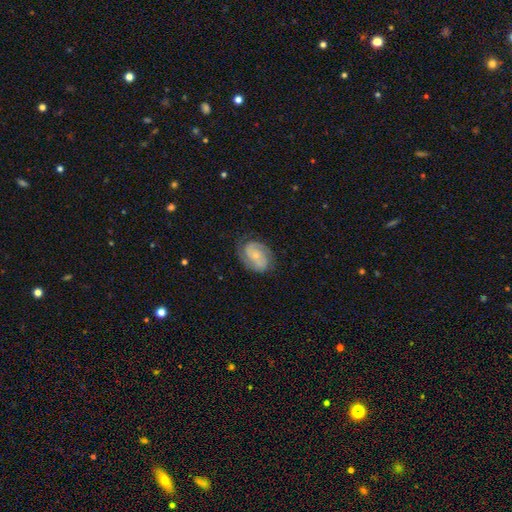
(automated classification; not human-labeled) smooth_or_featured: featured or disk (p=0.70) [alt: smooth p=0.24]
disk_edge_on: no (p=0.97) [alt: yes p=0.03]
bar: no (p=0.65) [alt: weak p=0.28]
has_spiral_arms: yes (p=0.91) [alt: no p=0.09]
spiral_winding: tight (p=0.45) [alt: medium p=0.40]
spiral_arm_count: 2 (p=0.67) [alt: can't tell p=0.16]
bulge_size: small (p=0.71) [alt: moderate p=0.23]
merging: none (p=0.72) [alt: minor disturbance p=0.19]